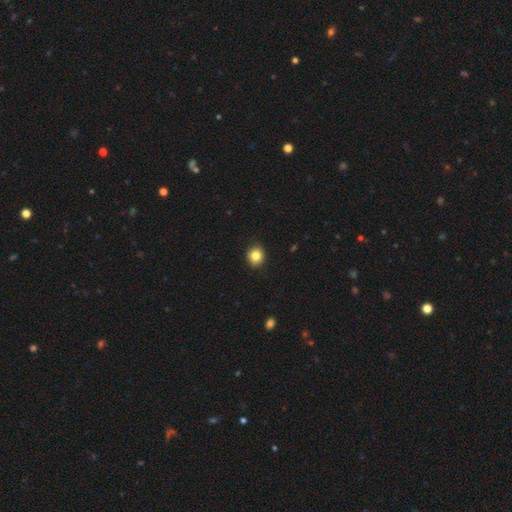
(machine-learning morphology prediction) Smooth or featured? Predicted: smooth (p=0.83). How rounded? Predicted: round (p=0.78). Merging? Predicted: none (p=0.89).